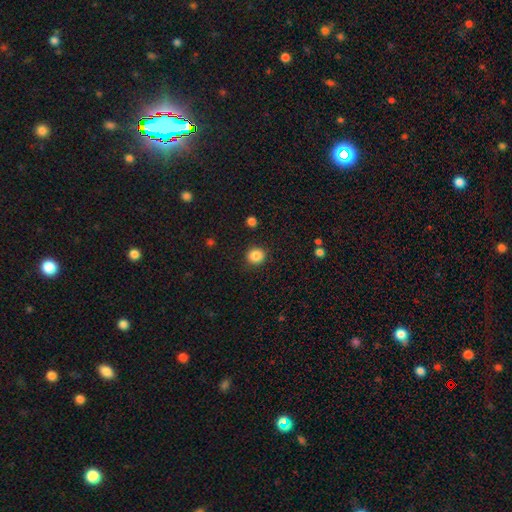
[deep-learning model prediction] smooth 86%, star or artifact 10%, featured or disk 4%. Down the decision tree: how rounded — round (84%); merging — none (90%).